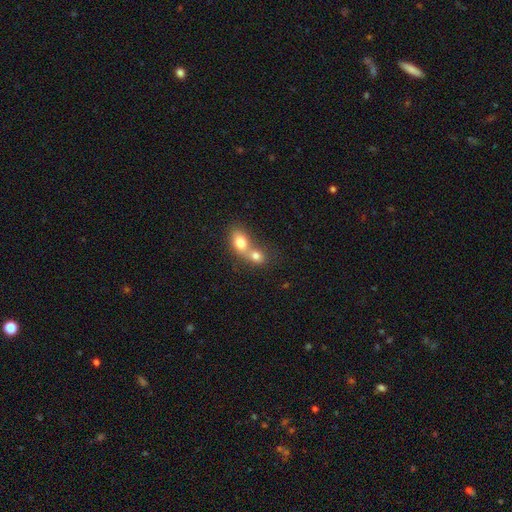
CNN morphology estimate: Smooth or featured: smooth — 76% (featured or disk — 14%)
How rounded: in between — 54% (round — 44%)
Merging: merger — 73% (none — 19%)